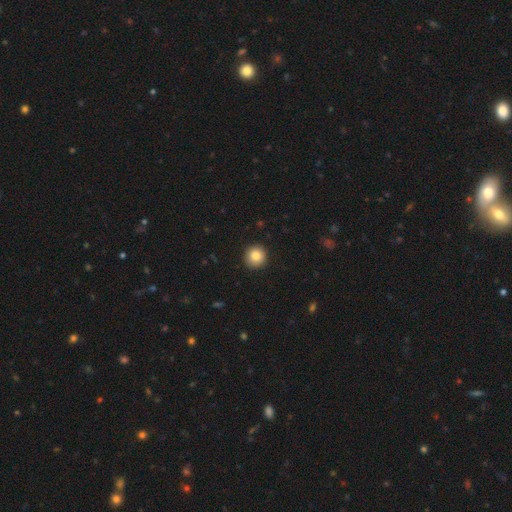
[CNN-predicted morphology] Smooth or featured?
  - smooth: 84% *
  - star or artifact: 9%
  - featured or disk: 6%
How rounded?
  - round: 94% *
  - in between: 5%
  - cigar-shaped: 1%
Merging?
  - none: 92% *
  - minor disturbance: 5%
  - major disturbance: 2%
  - merger: 1%